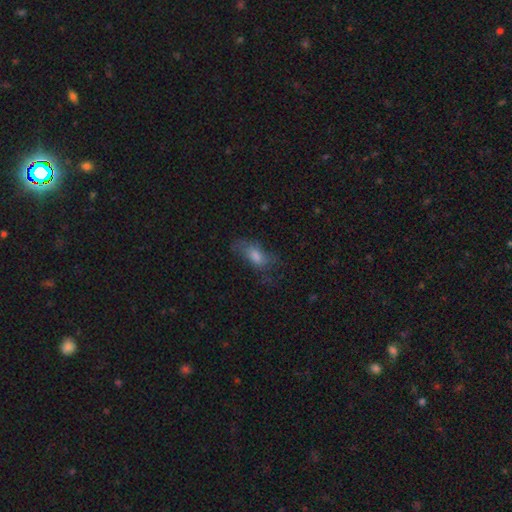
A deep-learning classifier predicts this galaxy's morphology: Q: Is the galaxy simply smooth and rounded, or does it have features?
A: smooth — 58%.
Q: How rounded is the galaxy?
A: in between — 80%.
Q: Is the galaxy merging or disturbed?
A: none — 52%.